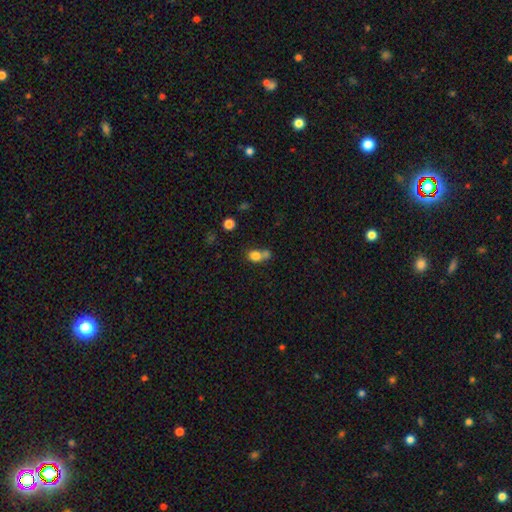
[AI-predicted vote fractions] Smooth or featured?
  - smooth: 78% *
  - star or artifact: 11%
  - featured or disk: 10%
How rounded?
  - round: 56% *
  - in between: 42%
  - cigar-shaped: 1%
Merging?
  - merger: 50% *
  - none: 36%
  - minor disturbance: 10%
  - major disturbance: 5%